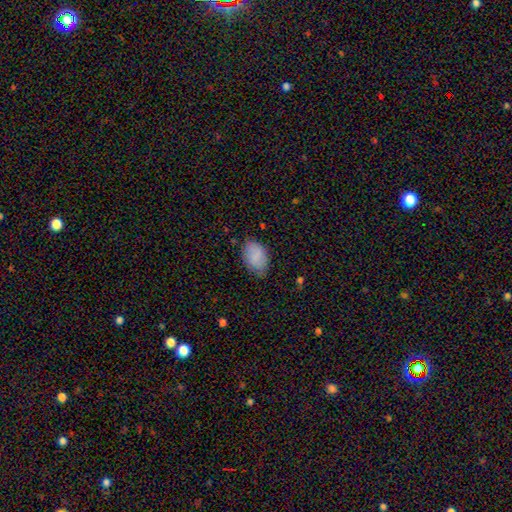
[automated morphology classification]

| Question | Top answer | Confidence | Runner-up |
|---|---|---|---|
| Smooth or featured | smooth | 86% | featured or disk (7%) |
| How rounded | in between | 85% | round (14%) |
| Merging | none | 68% | minor disturbance (26%) |